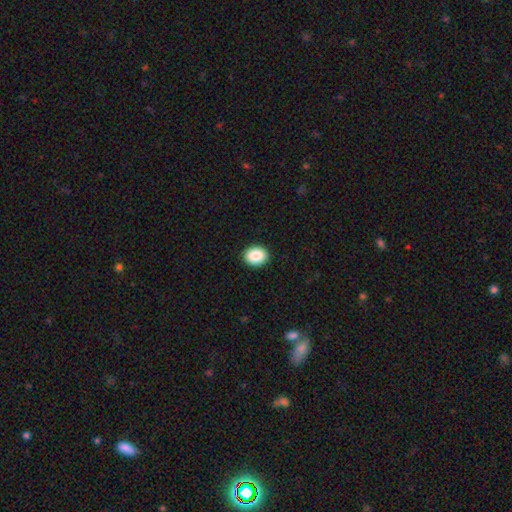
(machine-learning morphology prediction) Q: Smooth or featured?
A: smooth (88%); runner-up: star or artifact (8%)
Q: How rounded?
A: round (57%); runner-up: in between (42%)
Q: Merging?
A: none (92%); runner-up: minor disturbance (5%)